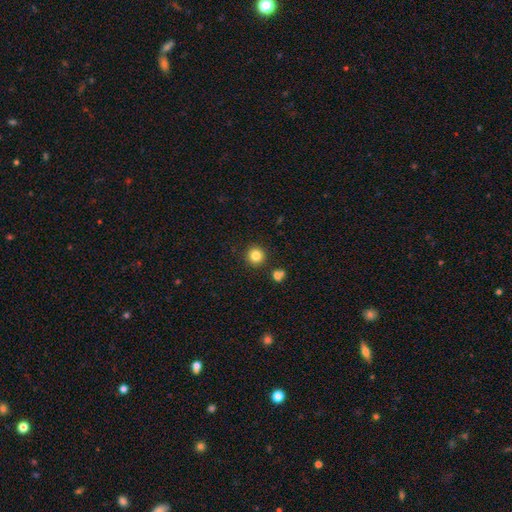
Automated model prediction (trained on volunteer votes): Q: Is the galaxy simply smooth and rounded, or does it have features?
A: smooth — 83%.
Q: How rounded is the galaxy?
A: round — 94%.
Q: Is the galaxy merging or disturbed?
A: none — 89%.